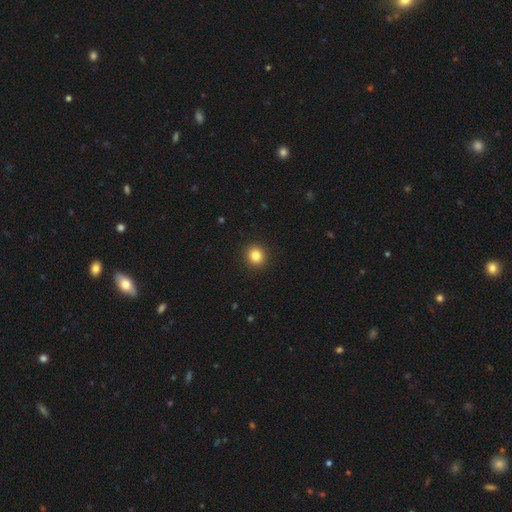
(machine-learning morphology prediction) smooth-or-featured: smooth: 84% | star or artifact: 11% | featured or disk: 5%
  how-rounded: round: 90% | in between: 9% | cigar-shaped: 1%
  merging: none: 93% | minor disturbance: 5% | major disturbance: 2% | merger: 1%